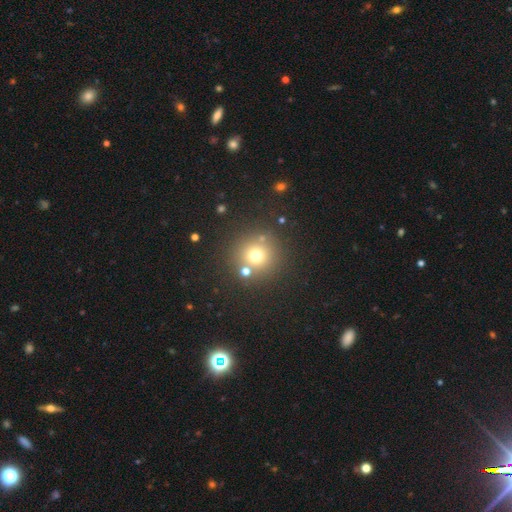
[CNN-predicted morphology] This appears to be a smooth galaxy with no disk features (69%) that is round (94%). Merging: none (79%).